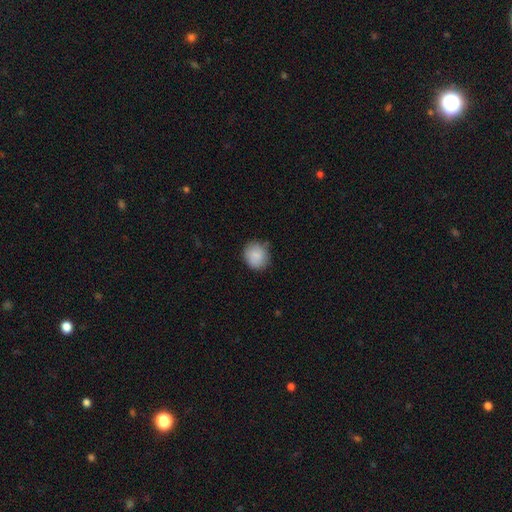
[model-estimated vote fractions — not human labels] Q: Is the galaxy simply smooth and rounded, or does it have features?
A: smooth — 87%.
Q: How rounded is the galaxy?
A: round — 79%.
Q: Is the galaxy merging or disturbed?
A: none — 79%.